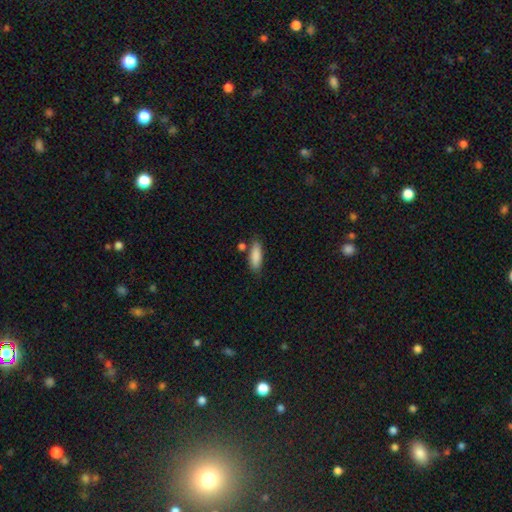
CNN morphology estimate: type=smooth (87%); roundness=in between (63%); merging=none (74%).